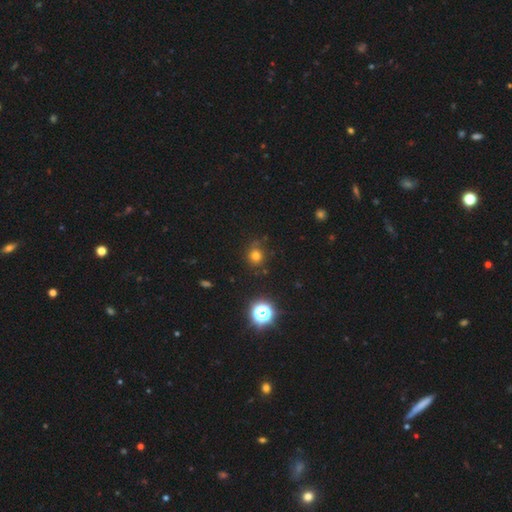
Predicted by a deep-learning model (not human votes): Smooth or featured? Predicted: smooth (p=0.73). How rounded? Predicted: round (p=0.88). Merging? Predicted: none (p=0.76).